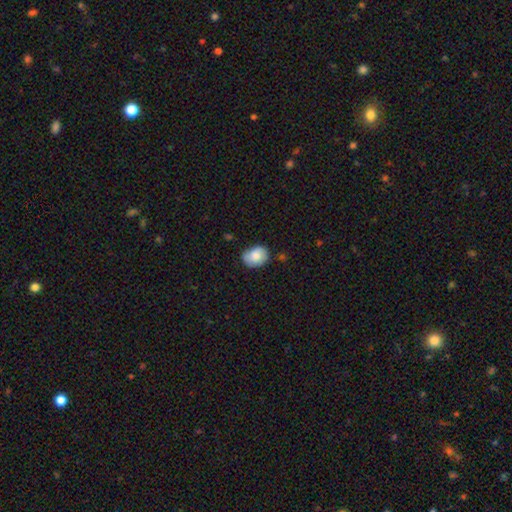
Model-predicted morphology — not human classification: Overall: smooth (79%). How rounded: in between (61%; round 38%). Merging: none (68%).